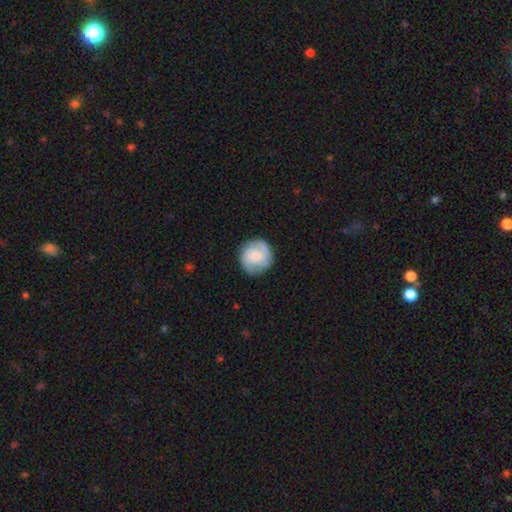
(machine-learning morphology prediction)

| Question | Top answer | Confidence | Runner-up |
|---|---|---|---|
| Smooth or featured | featured or disk | 54% | smooth (40%) |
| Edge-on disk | no | 98% | yes (2%) |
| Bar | no | 62% | weak (32%) |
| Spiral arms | yes | 90% | no (10%) |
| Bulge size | small | 46% | moderate (40%) |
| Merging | none | 83% | minor disturbance (12%) |